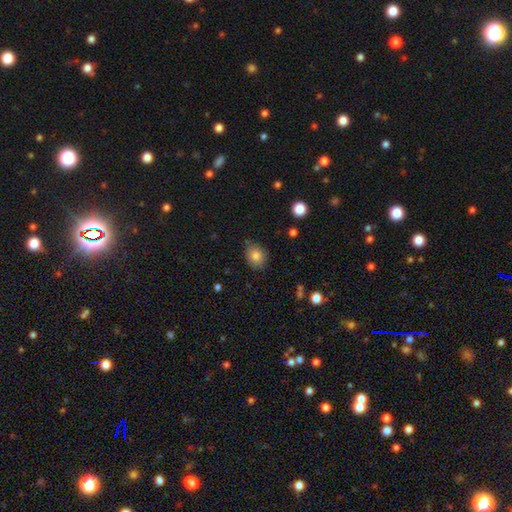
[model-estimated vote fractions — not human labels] Morphology: type=smooth (83%); roundness=round (61%); merging=none (74%).